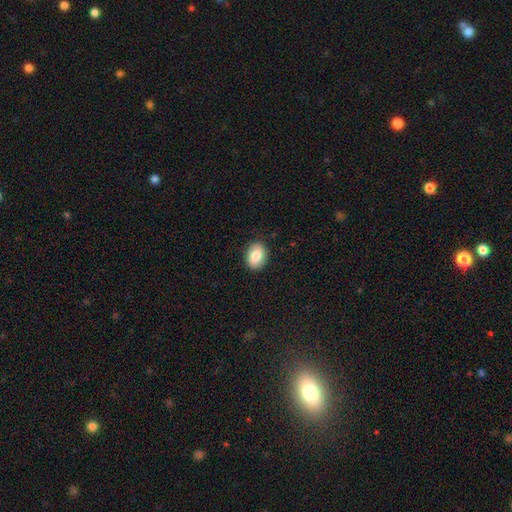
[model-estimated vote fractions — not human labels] This is clearly a smooth galaxy (83%). How rounded: likely in between (71%). Merging: clearly none (89%).